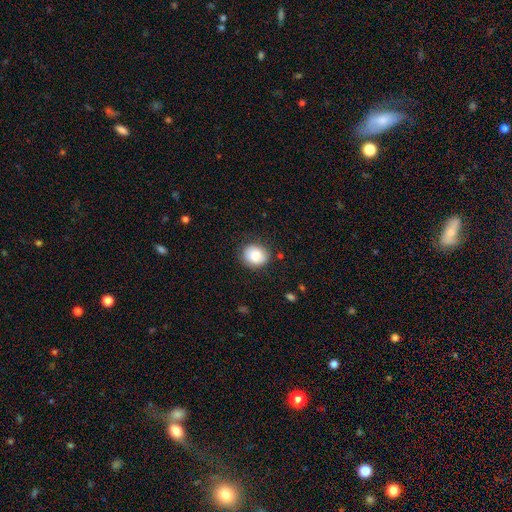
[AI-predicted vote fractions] A smooth galaxy with no disk features (82%) that is round (73%).

Vote fractions:
- Smooth or featured? smooth: 82% / featured or disk: 10% / star or artifact: 8%
- How rounded? round: 73% / in between: 26% / cigar-shaped: 1%
- Merging? none: 84% / minor disturbance: 12% / major disturbance: 3% / merger: 1%